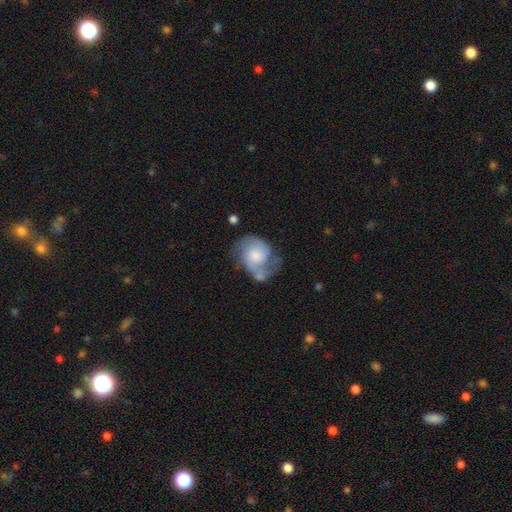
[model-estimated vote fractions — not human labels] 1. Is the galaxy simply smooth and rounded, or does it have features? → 67% featured or disk, 27% smooth, 6% star or artifact.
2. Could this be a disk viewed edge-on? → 98% no, 2% yes.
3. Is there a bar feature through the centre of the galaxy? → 69% no, 27% weak, 4% strong.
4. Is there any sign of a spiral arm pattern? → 87% yes, 13% no.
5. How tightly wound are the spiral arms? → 47% medium, 27% loose, 26% tight.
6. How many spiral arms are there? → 72% 2, 12% can't tell, 9% 1, 4% 3, 2% 4, 2% more than 4.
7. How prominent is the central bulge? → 36% moderate, 29% small, 19% large, 12% none, 3% dominant.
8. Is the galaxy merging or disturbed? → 39% none, 26% minor disturbance, 24% major disturbance, 11% merger.